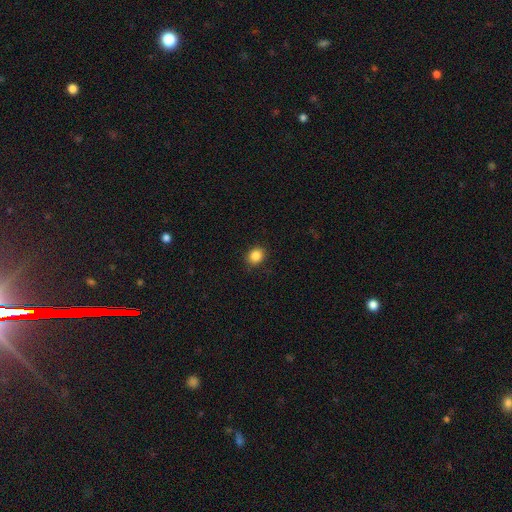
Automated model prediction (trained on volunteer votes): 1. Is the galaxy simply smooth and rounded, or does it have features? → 86% smooth, 10% star or artifact, 4% featured or disk.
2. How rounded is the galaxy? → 69% round, 30% in between, 1% cigar-shaped.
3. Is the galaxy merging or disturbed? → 89% none, 8% minor disturbance, 2% major disturbance, 1% merger.